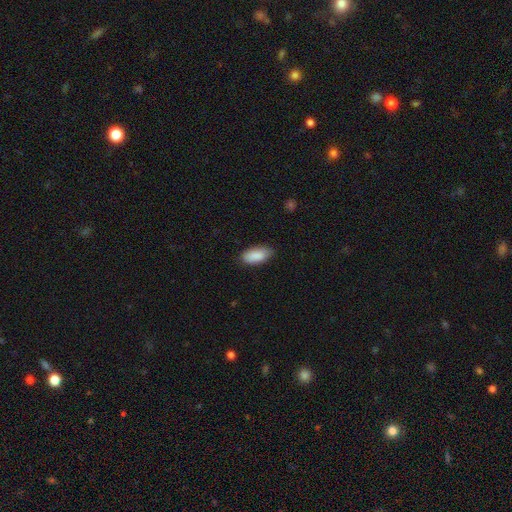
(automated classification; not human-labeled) Overall: smooth (89%). How rounded: in between (91%). Merging: none (80%).